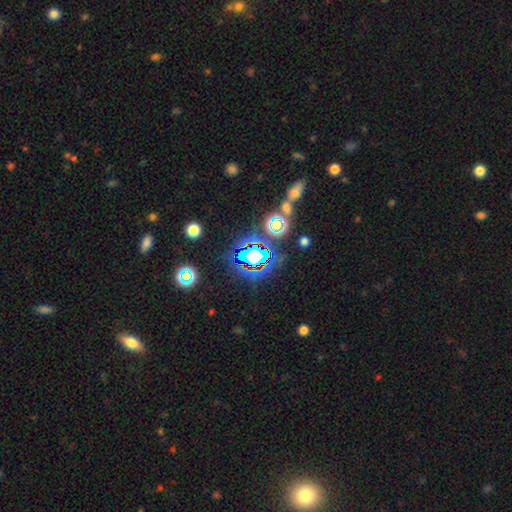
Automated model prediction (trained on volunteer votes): Smooth or featured? star or artifact (75%)